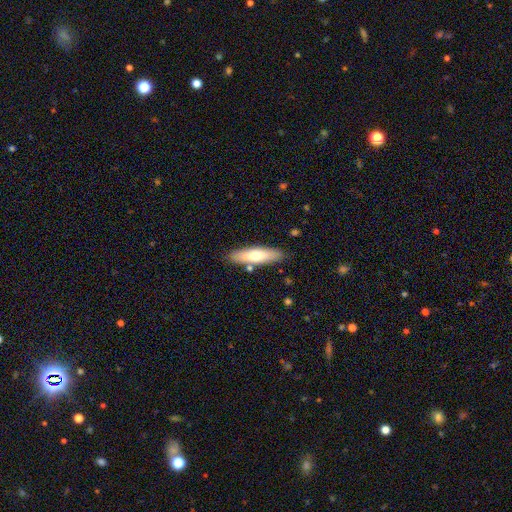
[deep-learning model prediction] smooth_or_featured: smooth (p=0.67) [alt: featured or disk p=0.28]
how_rounded: cigar-shaped (p=0.69) [alt: in between p=0.29]
merging: none (p=0.84) [alt: minor disturbance p=0.10]